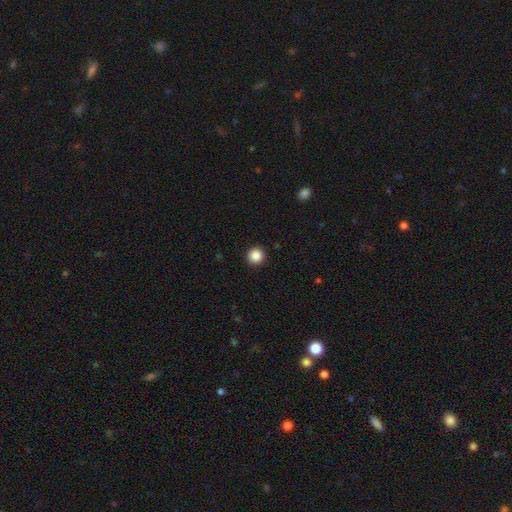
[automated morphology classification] A smooth galaxy with no disk features (87%) that is round (95%).

Vote fractions:
- Smooth or featured? smooth: 87% / star or artifact: 10% / featured or disk: 3%
- How rounded? round: 95% / in between: 4% / cigar-shaped: 1%
- Merging? none: 93% / minor disturbance: 5% / major disturbance: 2% / merger: 1%